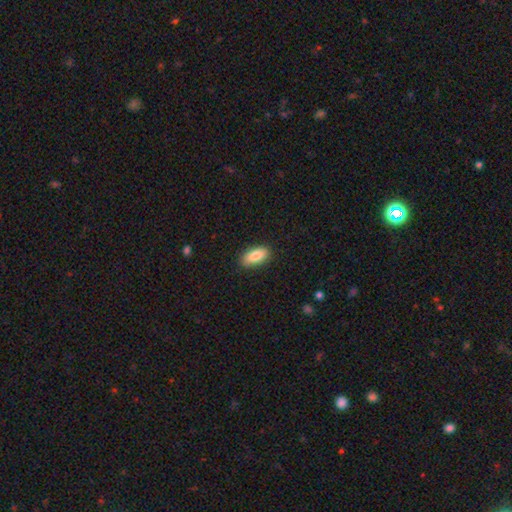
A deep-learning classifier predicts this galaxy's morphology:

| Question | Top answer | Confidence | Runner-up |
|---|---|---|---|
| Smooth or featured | smooth | 85% | featured or disk (9%) |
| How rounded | in between | 87% | cigar-shaped (10%) |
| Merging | none | 87% | minor disturbance (10%) |